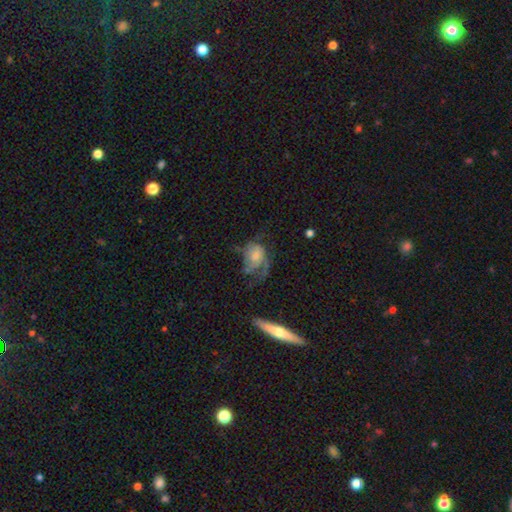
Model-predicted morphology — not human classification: The model was most divided on "bulge size" (2-way tie): moderate: 31%, small: 31%, none: 21%, large: 14%, dominant: 3%. Remaining: edge-on disk — no (97%); bar — no (73%); spiral arms — yes (72%); smooth or featured — featured or disk (56%); merging — major disturbance (45%).